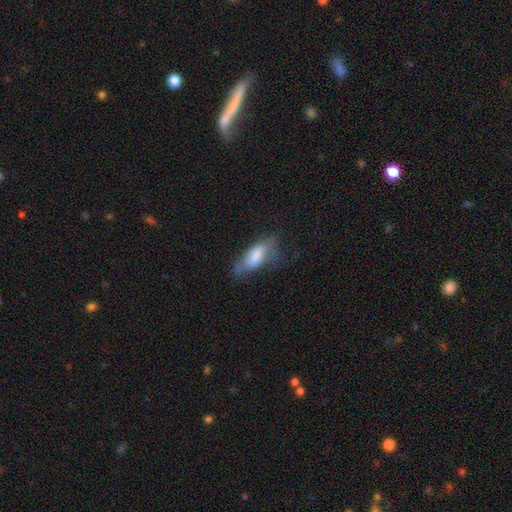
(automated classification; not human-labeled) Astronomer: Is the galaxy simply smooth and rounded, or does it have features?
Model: smooth — 66%.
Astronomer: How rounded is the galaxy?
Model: in between — 66%.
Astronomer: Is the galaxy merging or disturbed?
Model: none — 43% (runner-up: minor disturbance, 32%).